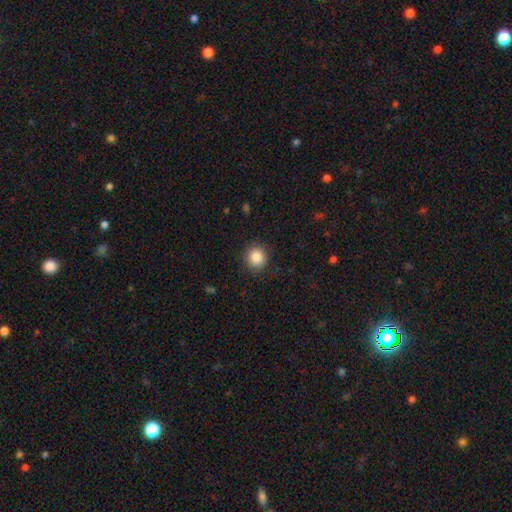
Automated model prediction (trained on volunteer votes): Smooth or featured? smooth (87%)
How rounded? round (90%)
Merging? none (89%)